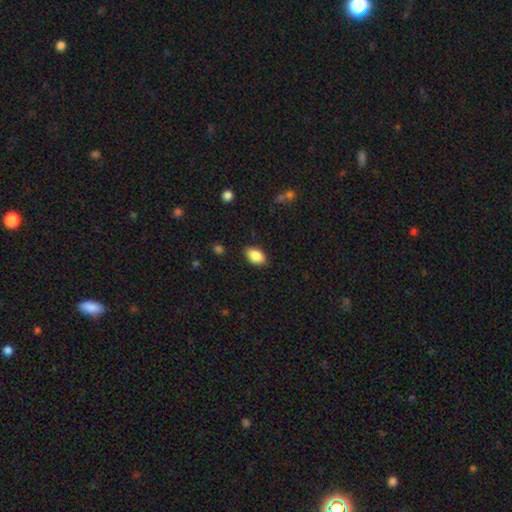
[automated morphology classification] Smooth or featured? smooth (87%)
How rounded? in between (90%)
Merging? none (87%)